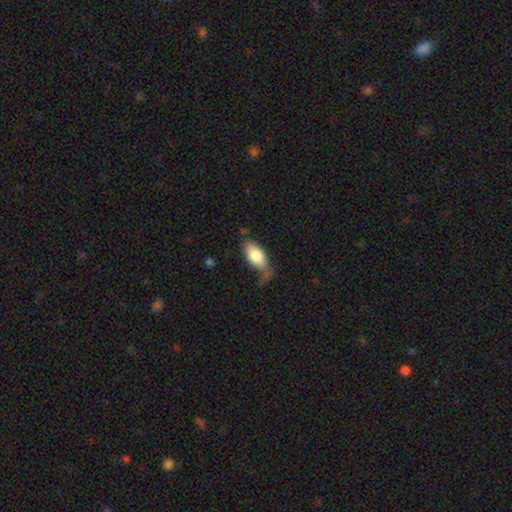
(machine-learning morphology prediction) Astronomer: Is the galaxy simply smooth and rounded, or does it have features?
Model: smooth — 79%.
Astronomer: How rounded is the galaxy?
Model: in between — 91%.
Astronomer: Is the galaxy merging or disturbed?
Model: none — 45% (runner-up: minor disturbance, 30%).